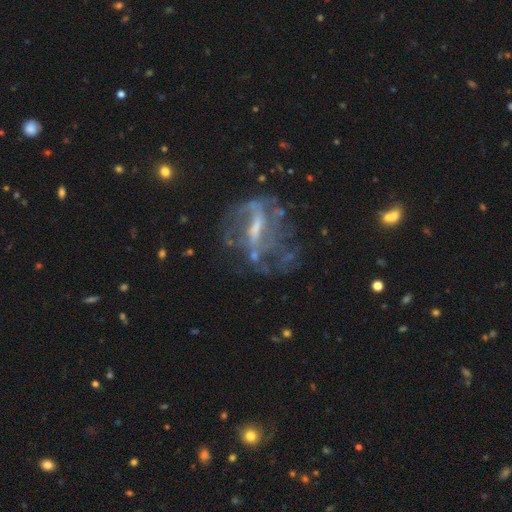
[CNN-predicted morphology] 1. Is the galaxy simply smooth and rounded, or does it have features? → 76% featured or disk, 12% smooth, 12% star or artifact.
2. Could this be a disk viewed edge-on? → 92% no, 8% yes.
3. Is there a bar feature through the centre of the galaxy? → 41% strong, 38% weak, 21% no.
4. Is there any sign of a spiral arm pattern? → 54% yes, 46% no.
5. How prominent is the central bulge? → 37% small, 36% moderate, 21% none, 5% large, 1% dominant.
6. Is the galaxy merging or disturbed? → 49% none, 28% major disturbance, 18% minor disturbance, 6% merger.